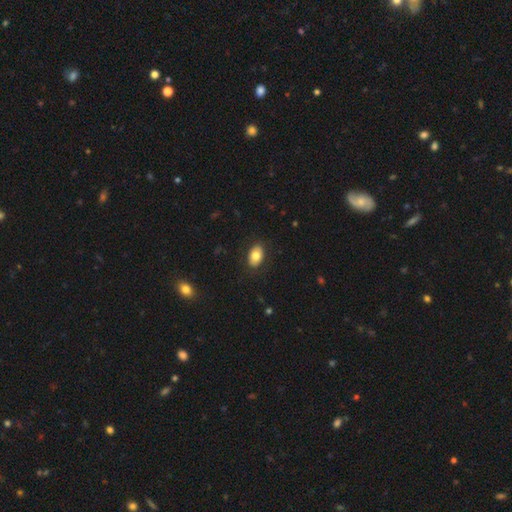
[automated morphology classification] Smooth or featured?
  - smooth: 79% *
  - featured or disk: 14%
  - star or artifact: 7%
How rounded?
  - in between: 89% *
  - round: 10%
  - cigar-shaped: 1%
Merging?
  - none: 87% *
  - minor disturbance: 10%
  - major disturbance: 3%
  - merger: 1%